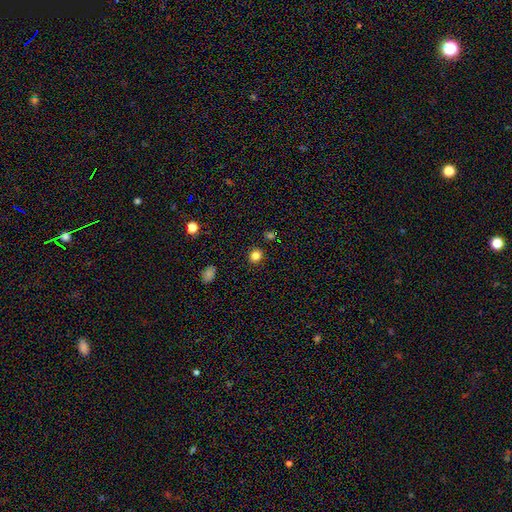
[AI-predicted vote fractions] Smooth or featured? Predicted: smooth (p=0.82). How rounded? Predicted: round (p=0.84). Merging? Predicted: none (p=0.91).